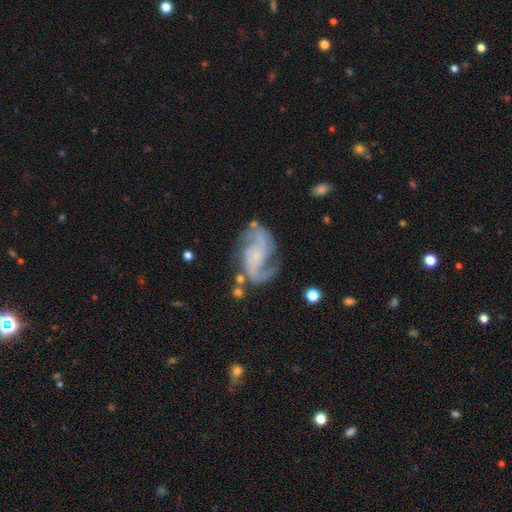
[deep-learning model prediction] A featured or disk galaxy (88%) with no bar (59%), 2 (85%) medium (49%) spiral arms (97%) and a small central bulge (60%).

Vote fractions:
- Smooth or featured? featured or disk: 88% / smooth: 6% / star or artifact: 6%
- Edge-on disk? no: 98% / yes: 2%
- Bar? no: 59% / weak: 31% / strong: 10%
- Spiral arms? yes: 97% / no: 3%
- Spiral winding? medium: 49% / loose: 32% / tight: 18%
- Spiral arm count? 2: 85% / 3: 5% / can't tell: 4% / 1: 3% / 4: 2% / more than 4: 2%
- Bulge size? small: 60% / none: 26% / moderate: 11% / large: 2% / dominant: 1%
- Merging? none: 65% / minor disturbance: 19% / major disturbance: 12% / merger: 4%